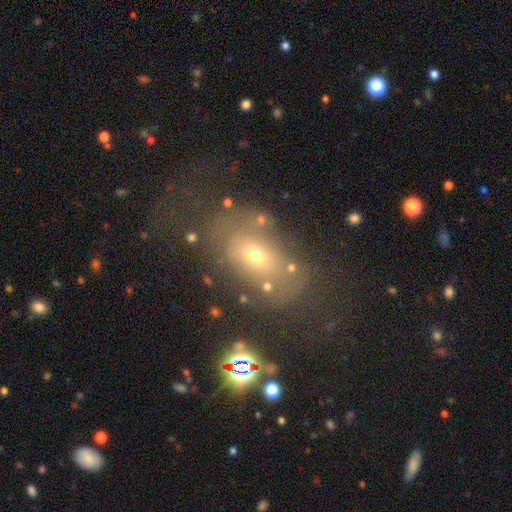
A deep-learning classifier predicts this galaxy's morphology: Q: Smooth or featured?
A: smooth (54%); runner-up: featured or disk (28%)
Q: How rounded?
A: in between (75%); runner-up: round (23%)
Q: Merging?
A: none (59%); runner-up: minor disturbance (19%)